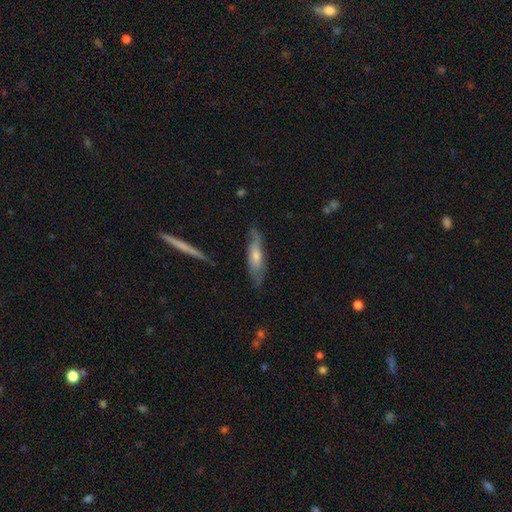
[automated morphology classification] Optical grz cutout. It shows a featured or disk galaxy (51%) viewed edge-on (59%). Merging: none (73%).